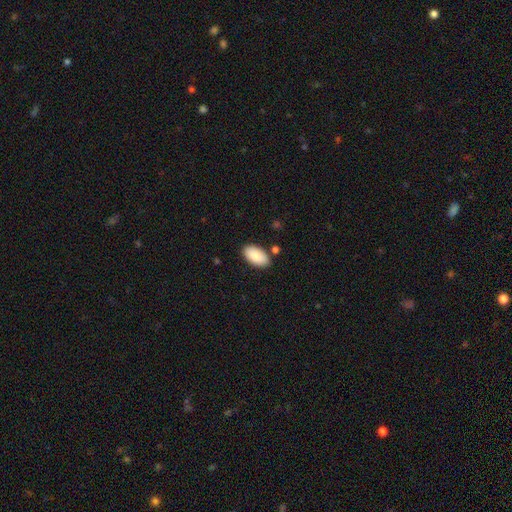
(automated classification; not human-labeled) Smooth or featured? Predicted: smooth (p=0.89). How rounded? Predicted: in between (p=0.96). Merging? Predicted: none (p=0.84).